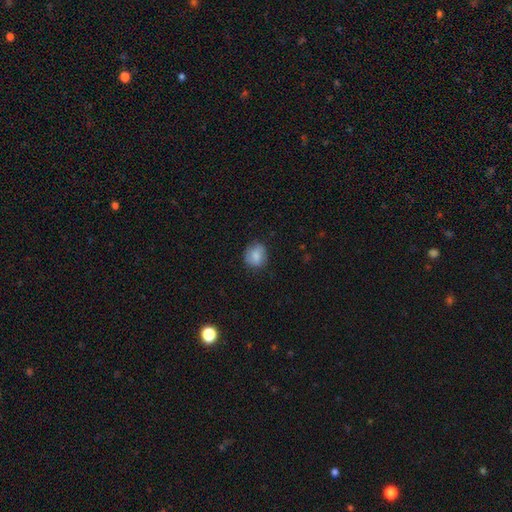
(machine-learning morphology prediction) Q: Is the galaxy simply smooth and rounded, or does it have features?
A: smooth — 74%.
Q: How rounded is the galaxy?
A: round — 74%.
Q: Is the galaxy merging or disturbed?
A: none — 77%.